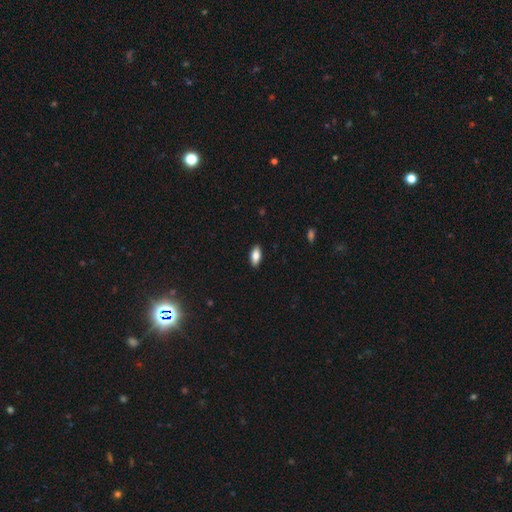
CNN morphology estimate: A smooth galaxy with no disk features (83%) that is in between round and cigar-shaped (87%). Merging: none (89%).